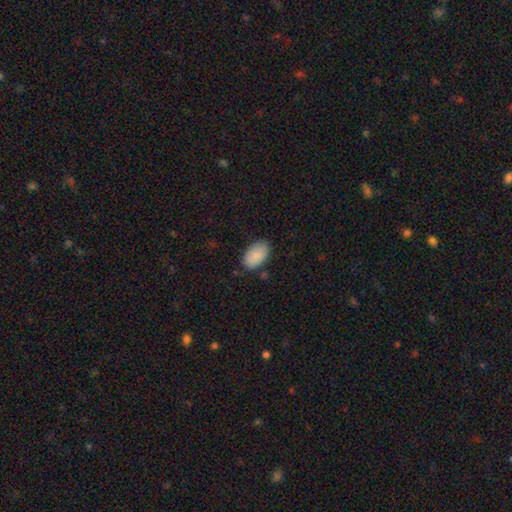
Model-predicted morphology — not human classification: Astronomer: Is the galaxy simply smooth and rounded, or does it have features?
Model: smooth — 89%.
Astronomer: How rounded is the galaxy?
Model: in between — 95%.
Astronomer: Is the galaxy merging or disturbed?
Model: none — 81%.